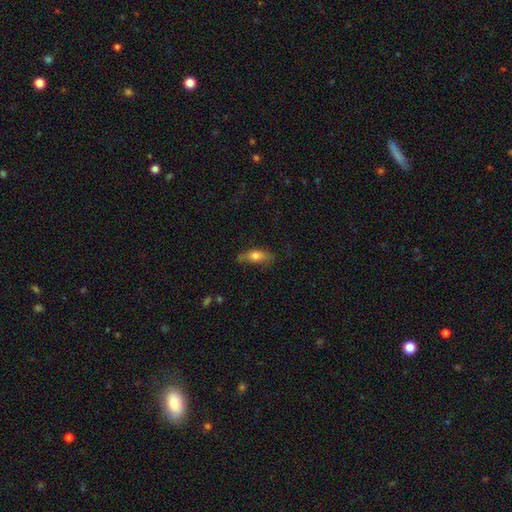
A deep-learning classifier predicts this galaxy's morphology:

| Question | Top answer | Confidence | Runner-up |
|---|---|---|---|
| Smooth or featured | smooth | 69% | featured or disk (24%) |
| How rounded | in between | 69% | cigar-shaped (27%) |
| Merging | none | 66% | minor disturbance (26%) |